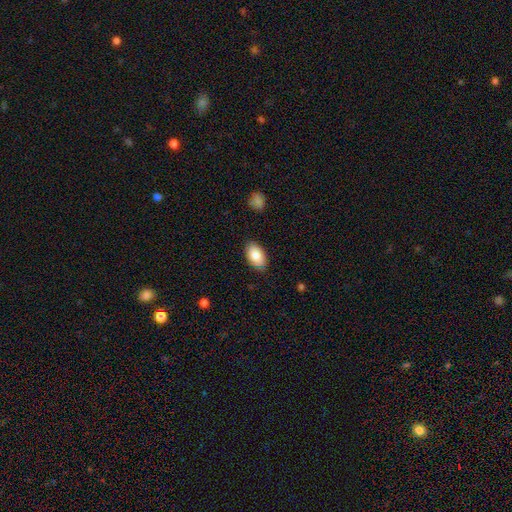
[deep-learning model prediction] smooth_or_featured: smooth (p=0.86) [alt: featured or disk p=0.08]
how_rounded: in between (p=0.94) [alt: round p=0.05]
merging: none (p=0.85) [alt: minor disturbance p=0.11]